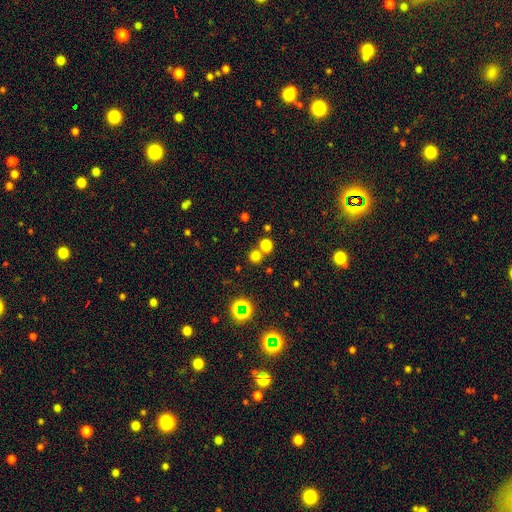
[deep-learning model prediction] Q: Smooth or featured?
A: smooth (71%); runner-up: star or artifact (22%)
Q: How rounded?
A: round (82%); runner-up: in between (17%)
Q: Merging?
A: none (59%); runner-up: merger (32%)